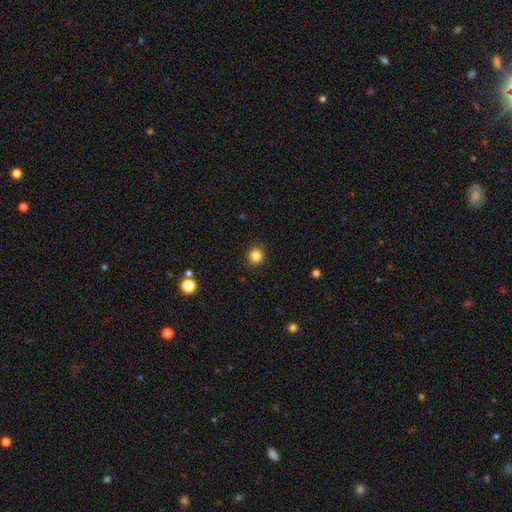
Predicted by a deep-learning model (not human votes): Morphology: type=smooth (84%); roundness=round (85%); merging=none (91%).